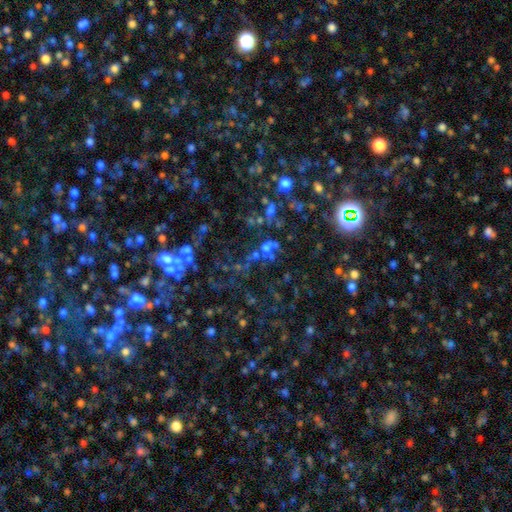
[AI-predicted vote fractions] Smooth or featured?
  - star or artifact: 73% *
  - smooth: 17%
  - featured or disk: 9%